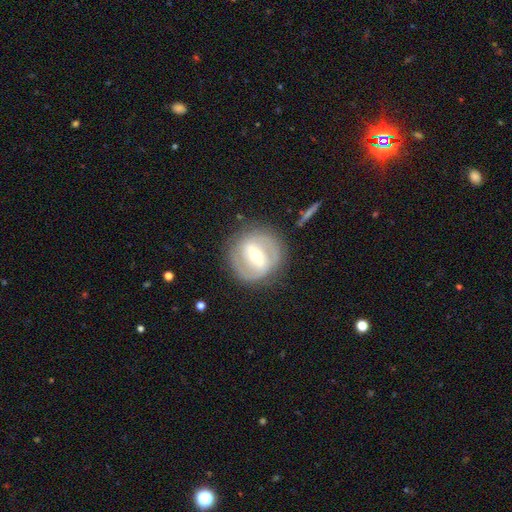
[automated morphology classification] This appears to be a featured or disk galaxy (74%) with a strong bar (56%), spiral arms (67%) and a moderate central bulge (66%). Merging: none (81%).